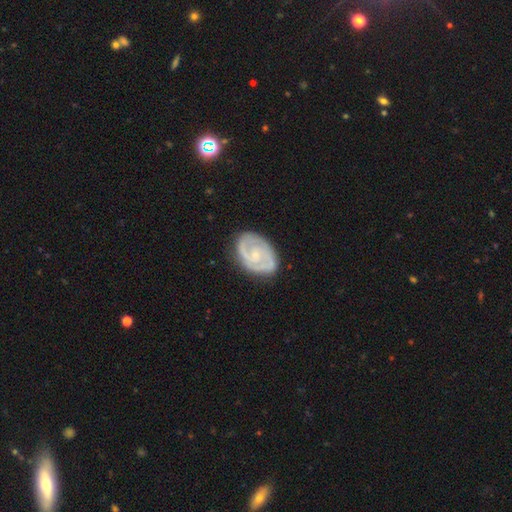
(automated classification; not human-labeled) Q: Smooth or featured?
A: featured or disk (79%); runner-up: smooth (16%)
Q: Edge-on disk?
A: no (97%); runner-up: yes (3%)
Q: Bar?
A: no (66%); runner-up: weak (28%)
Q: Spiral arms?
A: yes (88%); runner-up: no (12%)
Q: Spiral winding?
A: tight (53%); runner-up: medium (36%)
Q: Spiral arm count?
A: 2 (59%); runner-up: can't tell (20%)
Q: Bulge size?
A: small (74%); runner-up: moderate (20%)
Q: Merging?
A: none (77%); runner-up: minor disturbance (17%)